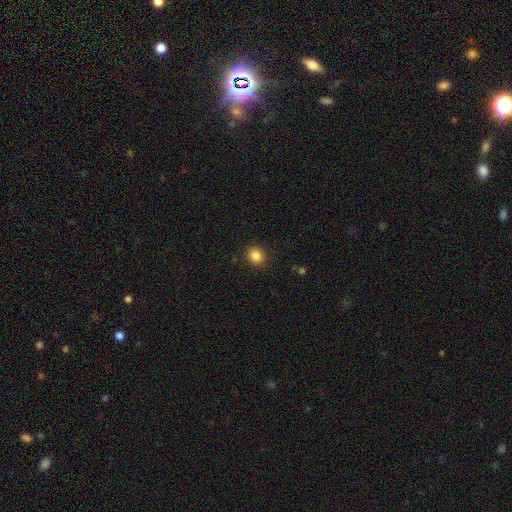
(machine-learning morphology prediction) smooth 85%, star or artifact 11%, featured or disk 4%. Down the decision tree: how rounded — round (73%); merging — none (90%).